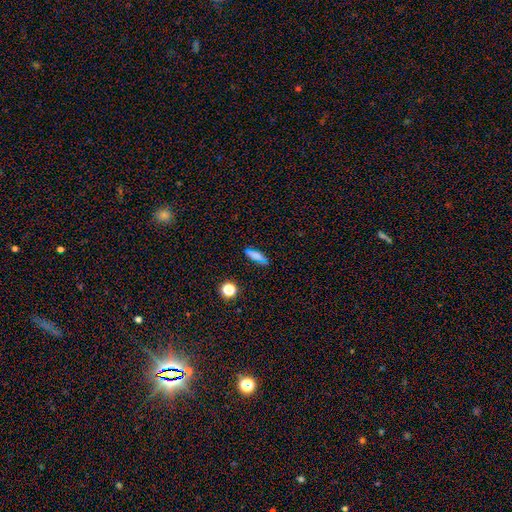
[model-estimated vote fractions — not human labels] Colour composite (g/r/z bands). It shows a smooth galaxy with no disk features (75%) that is in between round and cigar-shaped (50%). Merging: none (80%).